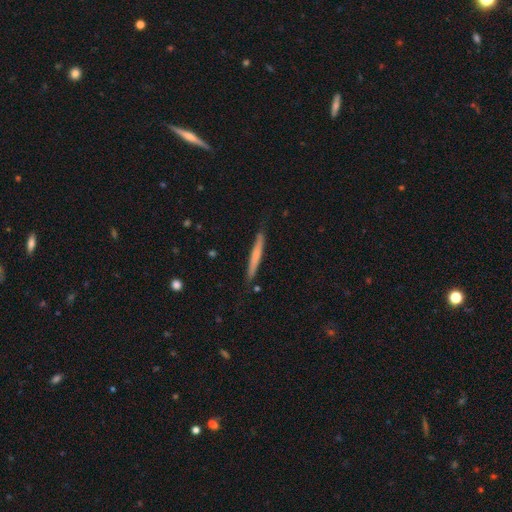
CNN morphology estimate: Smooth or featured: smooth — 62% (featured or disk — 32%)
How rounded: cigar-shaped — 96% (in between — 2%)
Merging: none — 85% (minor disturbance — 12%)